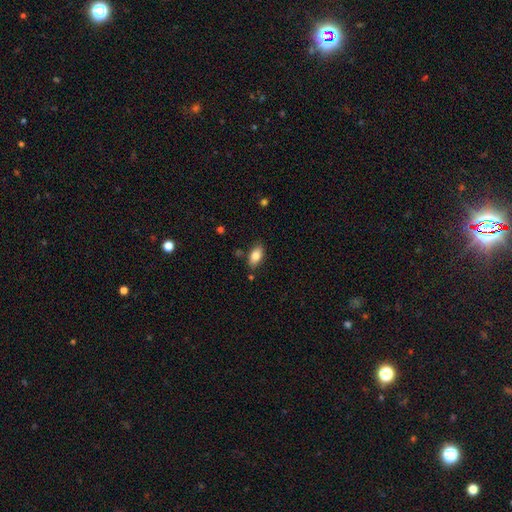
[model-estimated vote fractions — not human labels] Smooth or featured? smooth (83%)
How rounded? in between (91%)
Merging? none (81%)